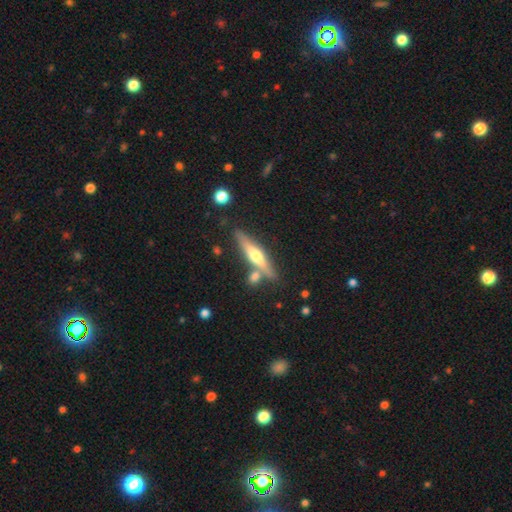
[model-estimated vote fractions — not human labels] Q: Smooth or featured?
A: featured or disk (61%); runner-up: smooth (33%)
Q: Edge-on disk?
A: yes (94%); runner-up: no (6%)
Q: Edge-on bulge?
A: rounded (90%); runner-up: none (6%)
Q: Merging?
A: none (74%); runner-up: merger (12%)